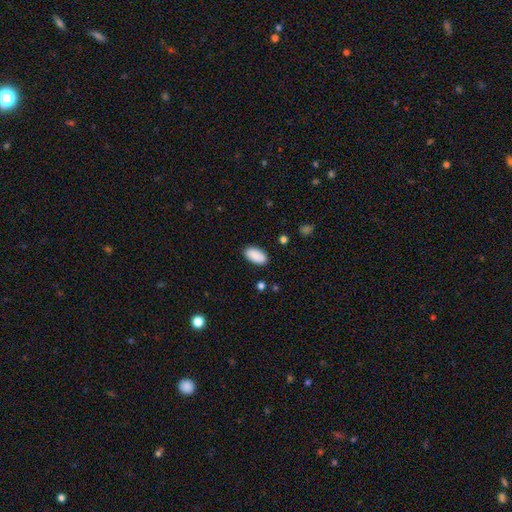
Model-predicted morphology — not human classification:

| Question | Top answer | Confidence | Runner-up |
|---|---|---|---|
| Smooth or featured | smooth | 89% | star or artifact (6%) |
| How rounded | in between | 95% | cigar-shaped (3%) |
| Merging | none | 87% | minor disturbance (10%) |